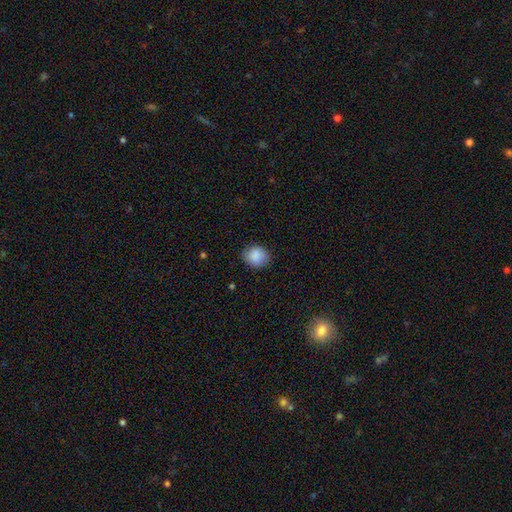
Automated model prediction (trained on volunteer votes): The model was most divided on "how rounded": round: 62%, in between: 37%, cigar-shaped: 1%. More confident: smooth or featured — smooth (88%); merging — none (83%).